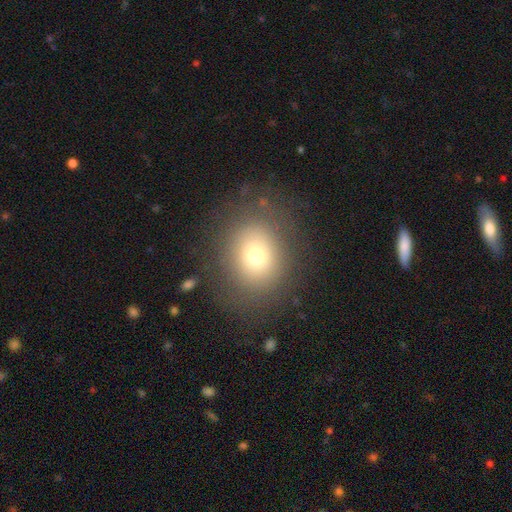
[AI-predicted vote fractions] Overall: smooth (73%). How rounded: round (55%; in between 44%). Merging: none (82%).